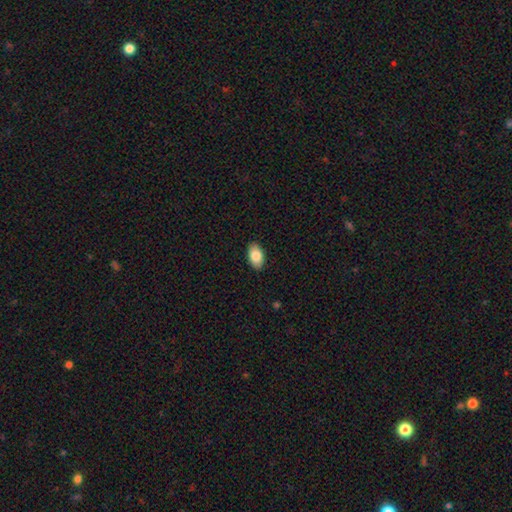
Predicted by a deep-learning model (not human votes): Q: Smooth or featured?
A: smooth (85%); runner-up: featured or disk (9%)
Q: How rounded?
A: in between (94%); runner-up: round (5%)
Q: Merging?
A: none (90%); runner-up: minor disturbance (8%)